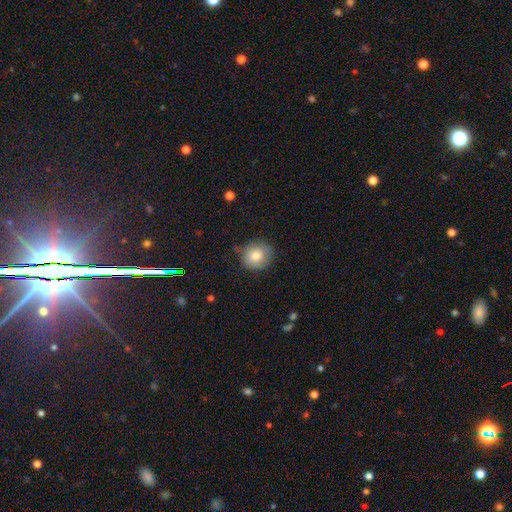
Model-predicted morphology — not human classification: Overall: smooth (80%). How rounded: round (82%). Merging: none (76%).